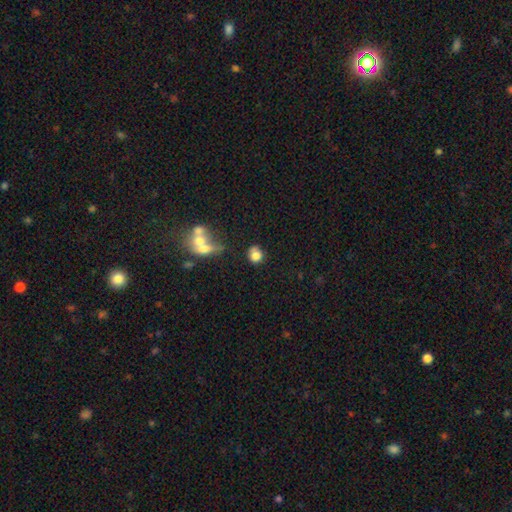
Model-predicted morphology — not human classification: smooth-or-featured: smooth: 76% | featured or disk: 13% | star or artifact: 11%
  how-rounded: round: 73% | in between: 26% | cigar-shaped: 1%
  merging: none: 49% | merger: 22% | minor disturbance: 19% | major disturbance: 10%